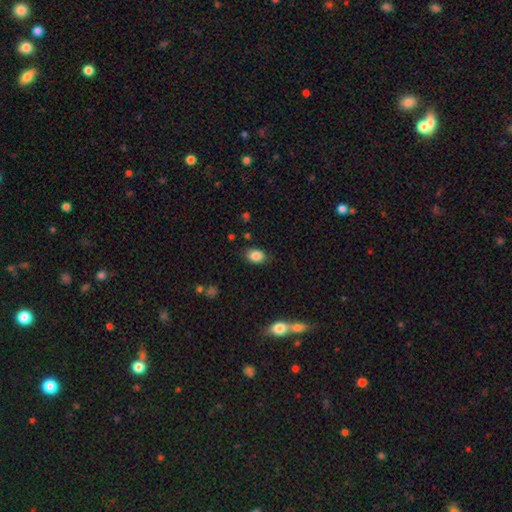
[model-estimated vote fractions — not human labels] Overall: smooth (86%). How rounded: in between (78%). Merging: none (82%).